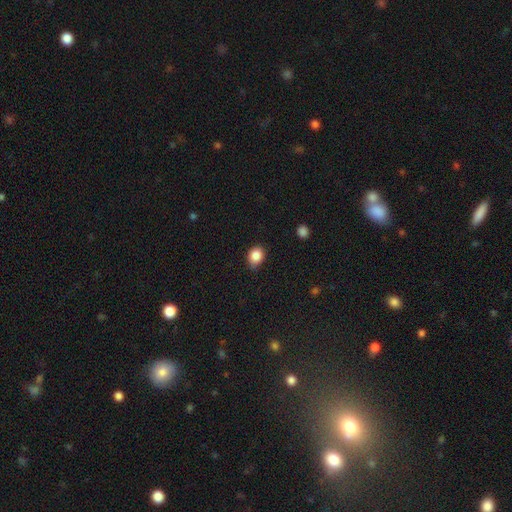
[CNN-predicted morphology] The model was most divided on "how rounded": round: 56%, in between: 43%, cigar-shaped: 1%. More confident: smooth or featured — smooth (87%); merging — none (77%).